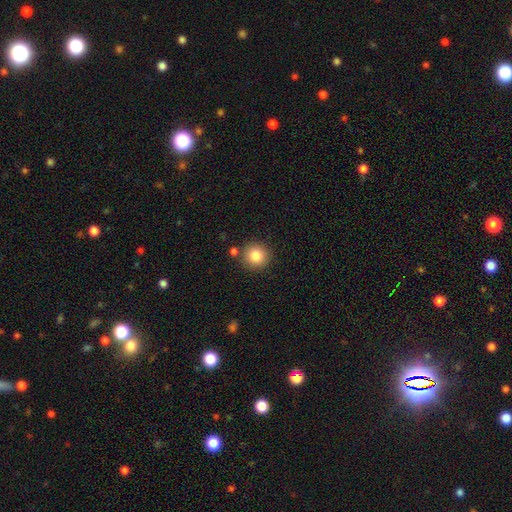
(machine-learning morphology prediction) This appears to be a smooth galaxy with no disk features (83%) that is round (93%). Merging: none (84%).